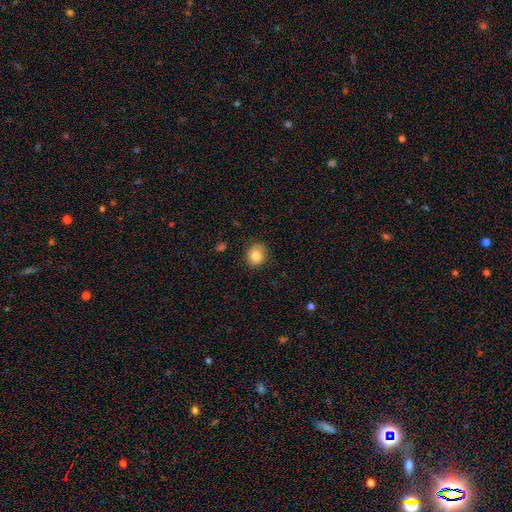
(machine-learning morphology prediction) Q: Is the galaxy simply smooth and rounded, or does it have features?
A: smooth — 84%.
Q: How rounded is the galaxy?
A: round — 78%.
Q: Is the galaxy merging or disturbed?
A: none — 85%.